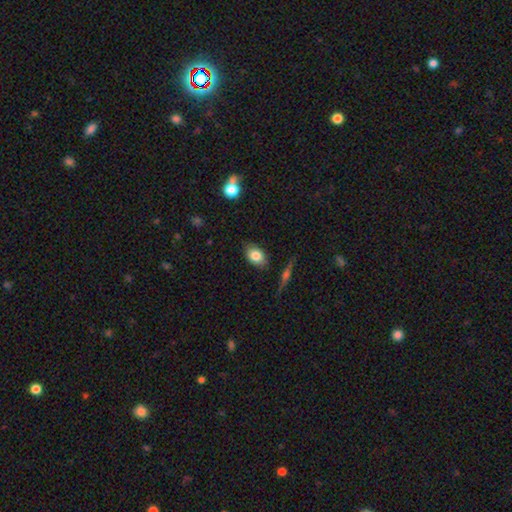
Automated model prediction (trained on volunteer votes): A smooth galaxy with no disk features (81%) that is in between round and cigar-shaped (82%). Merging: none (82%).